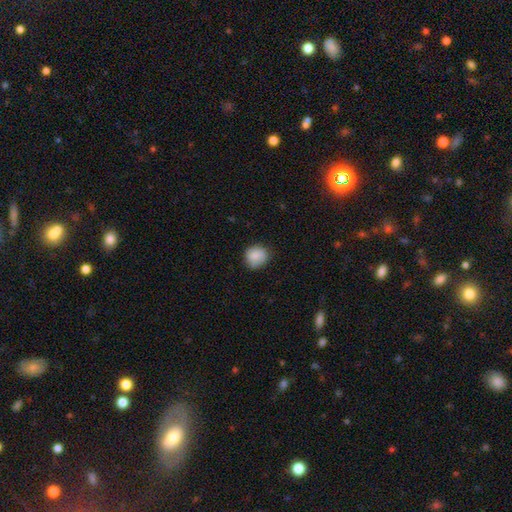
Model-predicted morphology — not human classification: A smooth galaxy with no disk features (82%) that is round (81%). Merging: none (75%).